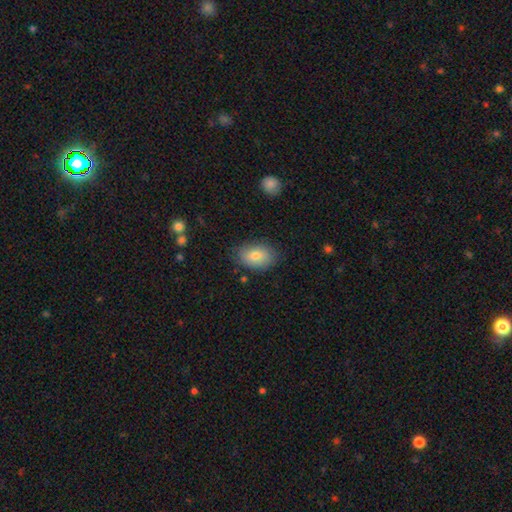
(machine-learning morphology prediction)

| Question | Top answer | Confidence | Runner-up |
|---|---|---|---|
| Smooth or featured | smooth | 76% | featured or disk (16%) |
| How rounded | in between | 87% | round (12%) |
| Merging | none | 79% | minor disturbance (16%) |